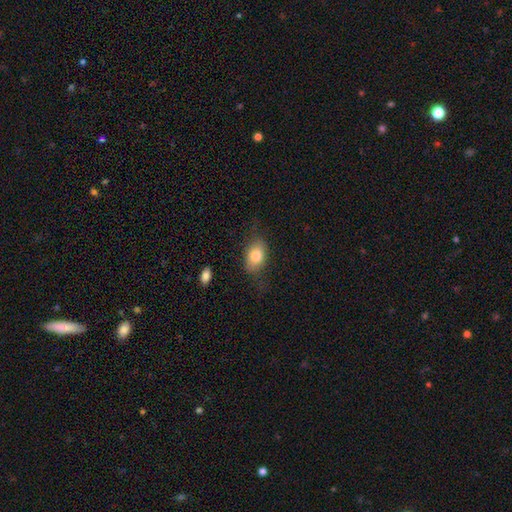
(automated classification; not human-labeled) Smooth or featured?
  - smooth: 79% *
  - featured or disk: 13%
  - star or artifact: 8%
How rounded?
  - in between: 80% *
  - round: 18%
  - cigar-shaped: 2%
Merging?
  - none: 70% *
  - minor disturbance: 20%
  - major disturbance: 8%
  - merger: 2%